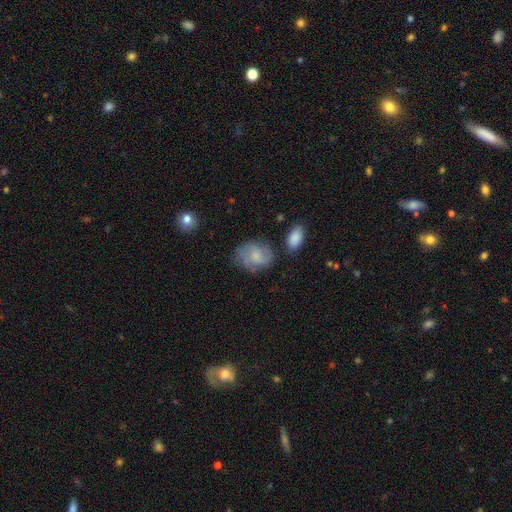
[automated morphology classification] A smooth galaxy with no disk features (61%) that is in between round and cigar-shaped (54%). Merging: none (62%).